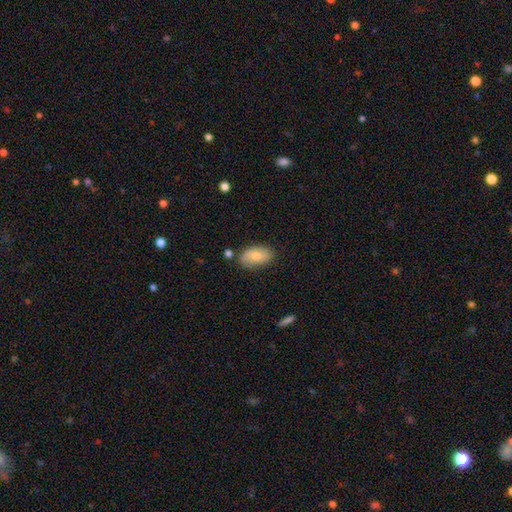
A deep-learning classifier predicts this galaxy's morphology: The model was most divided on "merging": none: 72%, minor disturbance: 19%, merger: 4%, major disturbance: 4%. More confident: how rounded — in between (93%); smooth or featured — smooth (78%).